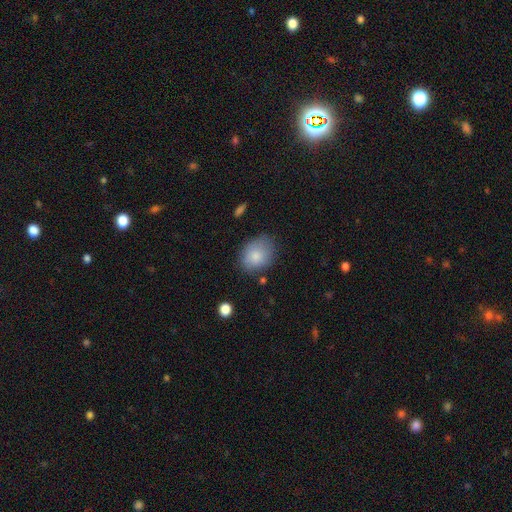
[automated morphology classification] smooth-or-featured: smooth: 82% | featured or disk: 11% | star or artifact: 7%
  how-rounded: in between: 55% | round: 44% | cigar-shaped: 1%
  merging: none: 70% | minor disturbance: 22% | major disturbance: 6% | merger: 3%